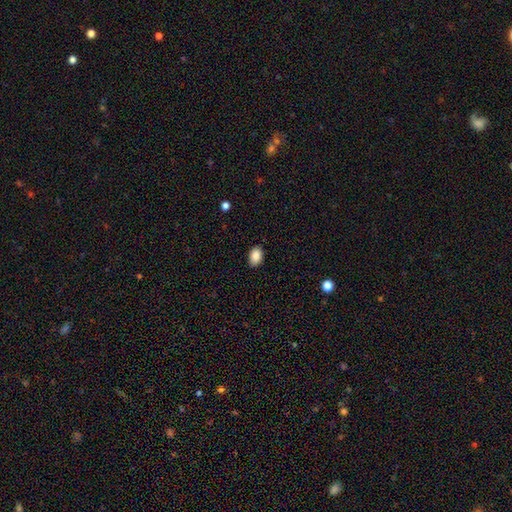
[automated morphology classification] This is clearly a smooth galaxy (88%). How rounded: clearly in between (87%). Merging: clearly none (86%).